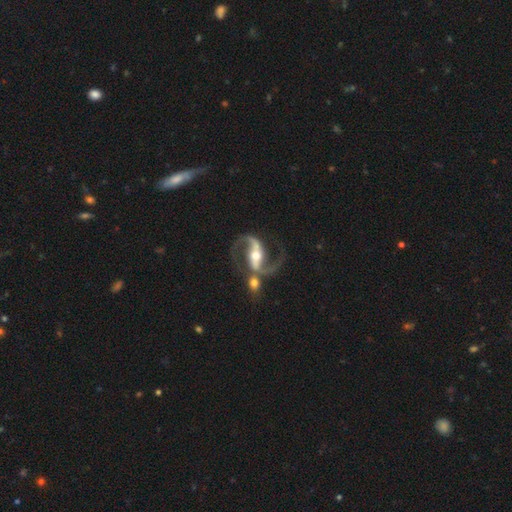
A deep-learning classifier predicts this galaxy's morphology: Smooth or featured? Predicted: featured or disk (p=0.92). Edge-on disk? Predicted: no (p=0.97). Bar? Predicted: strong (p=0.59). Spiral arms? Predicted: yes (p=0.97). Spiral winding? Predicted: medium (p=0.49). Spiral arm count? Predicted: 2 (p=0.93). Bulge size? Predicted: moderate (p=0.65). Merging? Predicted: none (p=0.56).